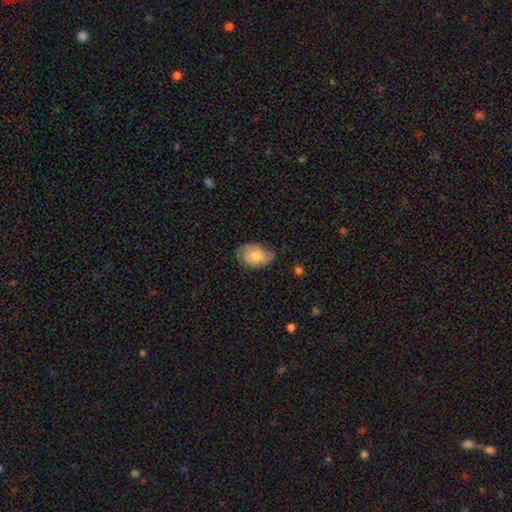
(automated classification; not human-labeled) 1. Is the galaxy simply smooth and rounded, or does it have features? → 69% smooth, 24% featured or disk, 7% star or artifact.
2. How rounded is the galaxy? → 83% in between, 16% round, 1% cigar-shaped.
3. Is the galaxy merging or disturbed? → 65% none, 28% minor disturbance, 6% major disturbance, 1% merger.